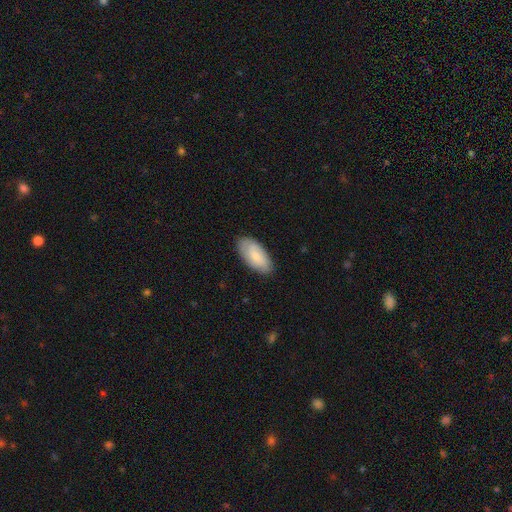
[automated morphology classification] This is likely a smooth galaxy (76%). How rounded: clearly in between (92%). Merging: clearly none (82%).